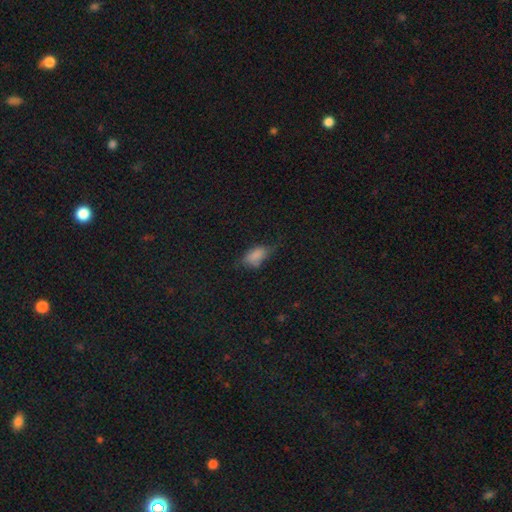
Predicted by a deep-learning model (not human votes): Smooth or featured? Predicted: smooth (p=0.77). How rounded? Predicted: in between (p=0.90). Merging? Predicted: none (p=0.43).